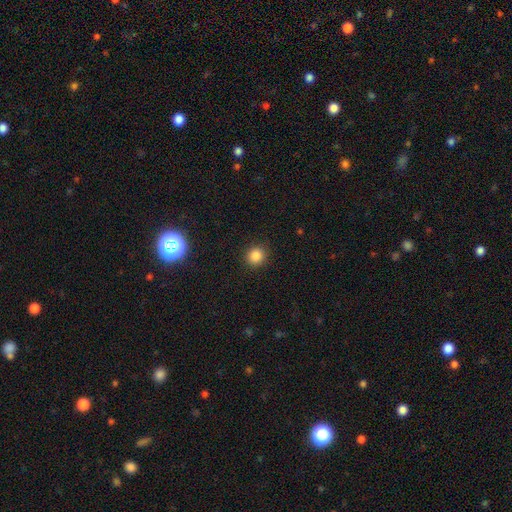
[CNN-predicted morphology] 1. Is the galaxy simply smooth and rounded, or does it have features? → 84% smooth, 12% star or artifact, 4% featured or disk.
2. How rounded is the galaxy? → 90% round, 9% in between, 1% cigar-shaped.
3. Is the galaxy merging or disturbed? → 90% none, 7% minor disturbance, 2% major disturbance, 1% merger.